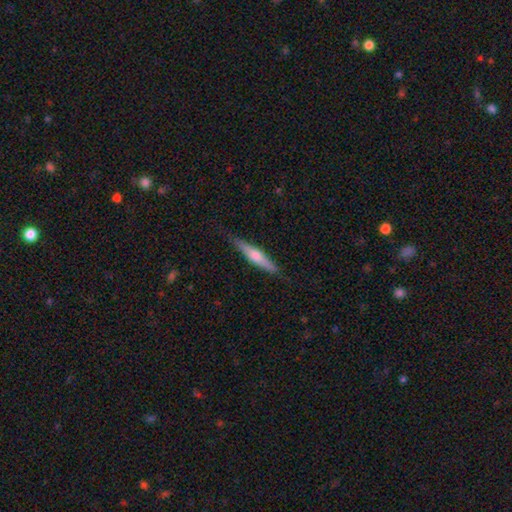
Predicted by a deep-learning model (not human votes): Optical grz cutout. It shows a featured or disk galaxy (48%). Merging: none (84%).